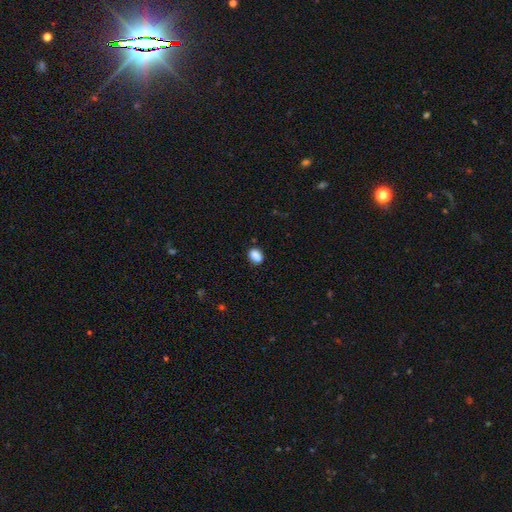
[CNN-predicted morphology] Q: Smooth or featured?
A: smooth (88%); runner-up: star or artifact (9%)
Q: How rounded?
A: in between (77%); runner-up: round (21%)
Q: Merging?
A: none (85%); runner-up: minor disturbance (11%)